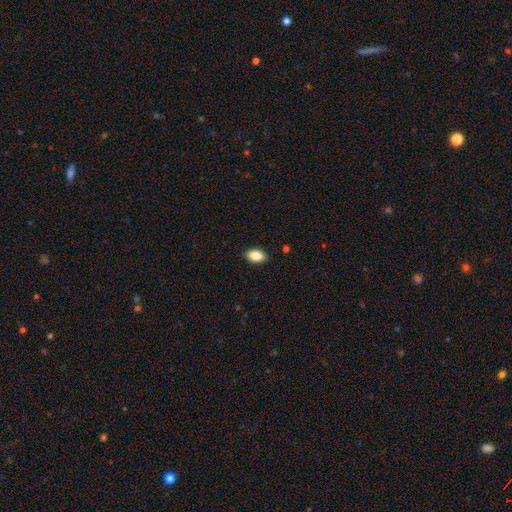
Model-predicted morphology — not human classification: smooth_or_featured: smooth (p=0.87) [alt: star or artifact p=0.08]
how_rounded: in between (p=0.91) [alt: round p=0.08]
merging: none (p=0.89) [alt: minor disturbance p=0.08]